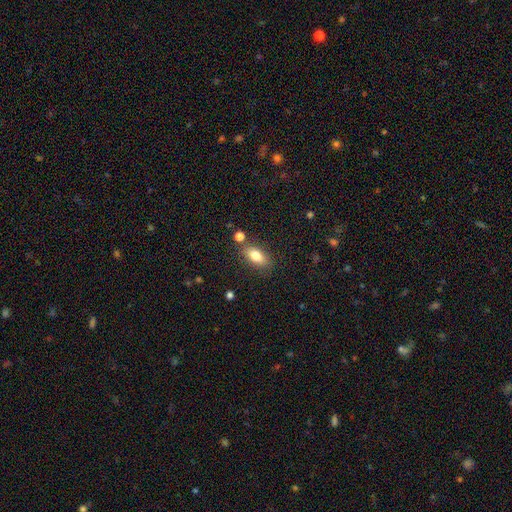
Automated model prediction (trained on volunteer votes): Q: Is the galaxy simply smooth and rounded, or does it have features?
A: smooth — 80%.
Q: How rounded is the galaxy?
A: in between — 86%.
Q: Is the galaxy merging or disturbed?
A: none — 77%.